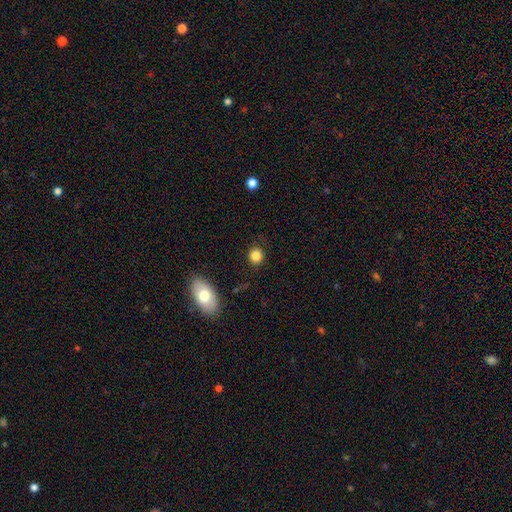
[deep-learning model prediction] Smooth or featured? Predicted: smooth (p=0.83). How rounded? Predicted: round (p=0.84). Merging? Predicted: none (p=0.87).